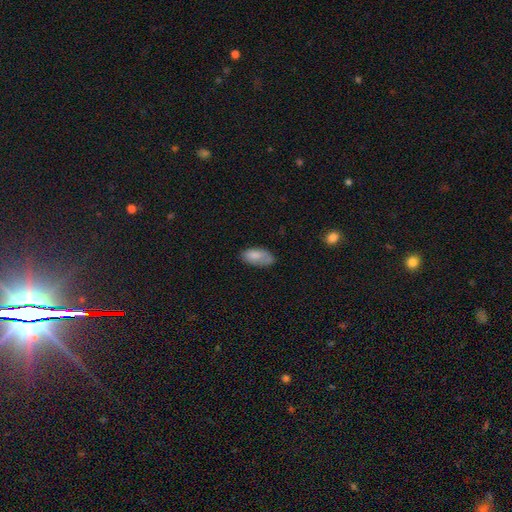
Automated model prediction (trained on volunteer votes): This appears to be a smooth galaxy with no disk features (79%) that is in between round and cigar-shaped (93%). Merging: none (60%).